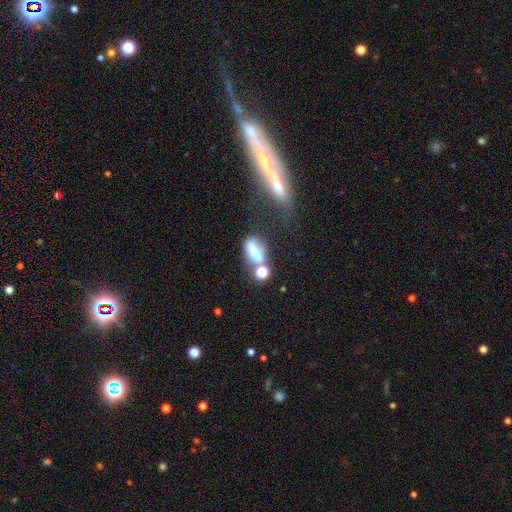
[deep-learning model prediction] This appears to be a smooth galaxy with no disk features (49%). Merging: merger (38%).